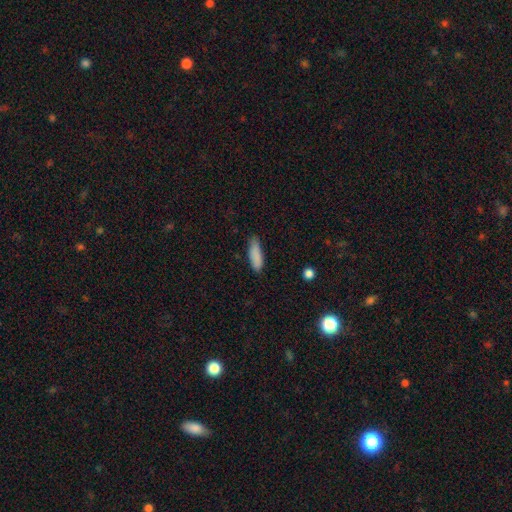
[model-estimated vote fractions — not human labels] A smooth galaxy with no disk features (87%) that is cigar-shaped (51%).

Vote fractions:
- Smooth or featured? smooth: 87% / star or artifact: 7% / featured or disk: 6%
- How rounded? cigar-shaped: 51% / in between: 47% / round: 2%
- Merging? none: 70% / minor disturbance: 24% / major disturbance: 4% / merger: 2%